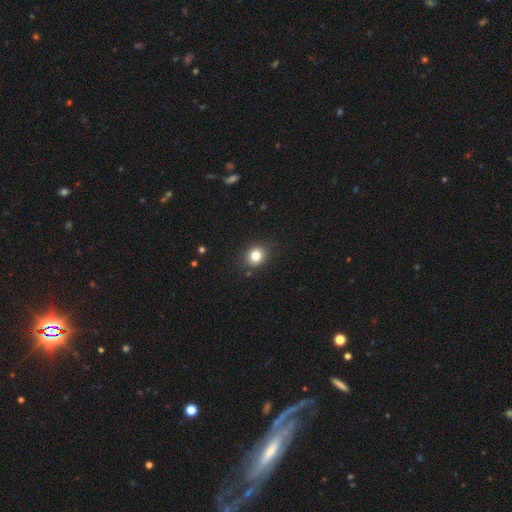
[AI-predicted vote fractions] A smooth galaxy with no disk features (81%) that is round (73%). Merging: none (88%).